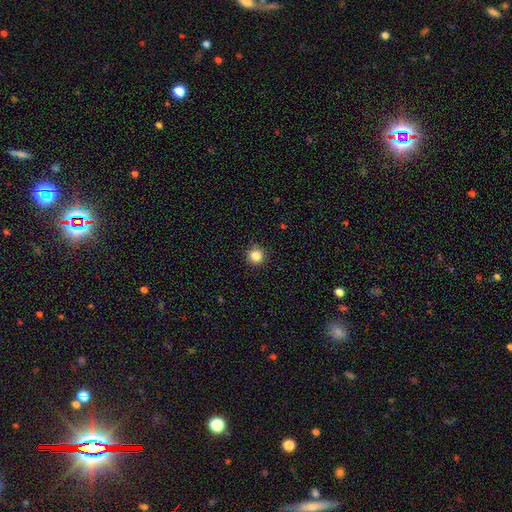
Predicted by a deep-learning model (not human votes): Smooth or featured?
  - smooth: 85% *
  - star or artifact: 11%
  - featured or disk: 4%
How rounded?
  - round: 96% *
  - in between: 3%
  - cigar-shaped: 1%
Merging?
  - none: 93% *
  - minor disturbance: 5%
  - major disturbance: 2%
  - merger: 1%